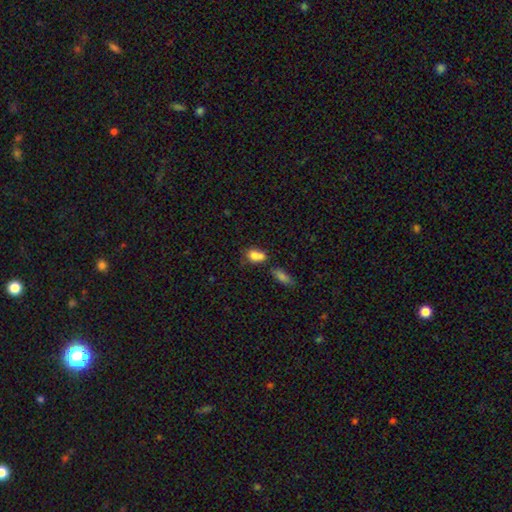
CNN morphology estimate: Overall: smooth (77%). How rounded: in between (68%). Merging: merger (51%; none 30%).